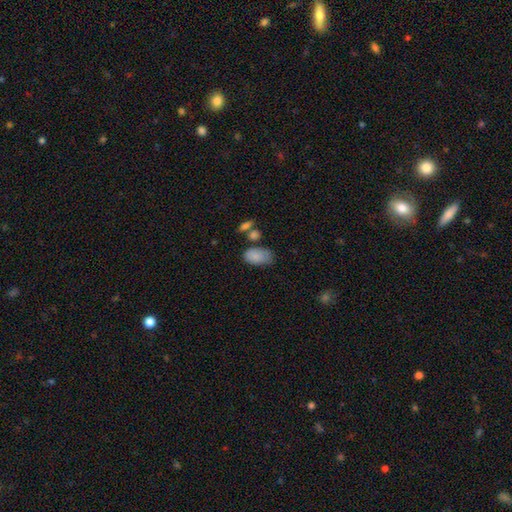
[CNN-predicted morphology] Q: Smooth or featured?
A: smooth (84%); runner-up: featured or disk (8%)
Q: How rounded?
A: in between (93%); runner-up: round (5%)
Q: Merging?
A: none (49%); runner-up: minor disturbance (29%)